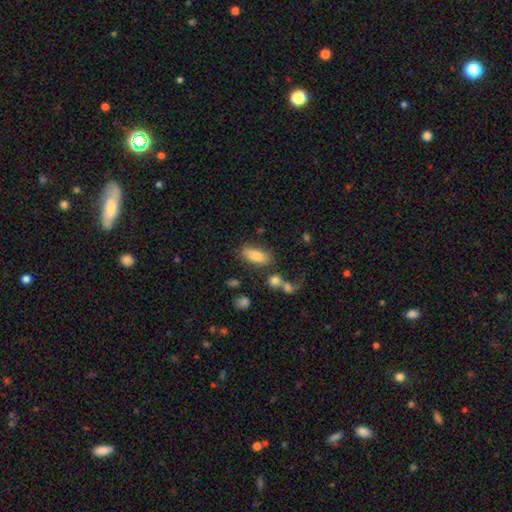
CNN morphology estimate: Q: Smooth or featured?
A: smooth (83%); runner-up: featured or disk (10%)
Q: How rounded?
A: in between (84%); runner-up: cigar-shaped (13%)
Q: Merging?
A: none (71%); runner-up: minor disturbance (14%)